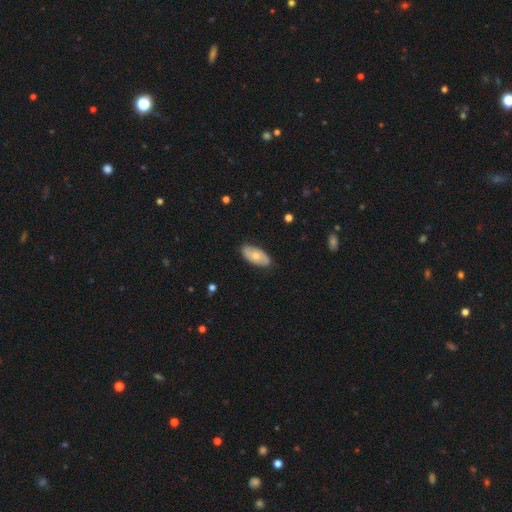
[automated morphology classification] Smooth or featured? Predicted: smooth (p=0.55). How rounded? Predicted: in between (p=0.92). Merging? Predicted: none (p=0.84).